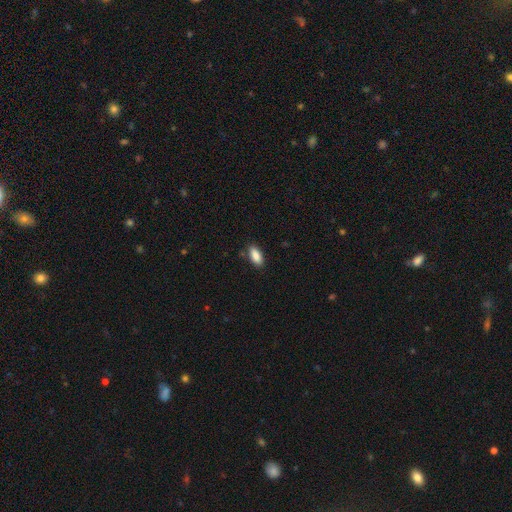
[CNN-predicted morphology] The model was most divided on "merging": none: 85%, minor disturbance: 11%, major disturbance: 2%, merger: 2%. More confident: how rounded — in between (89%); smooth or featured — smooth (89%).